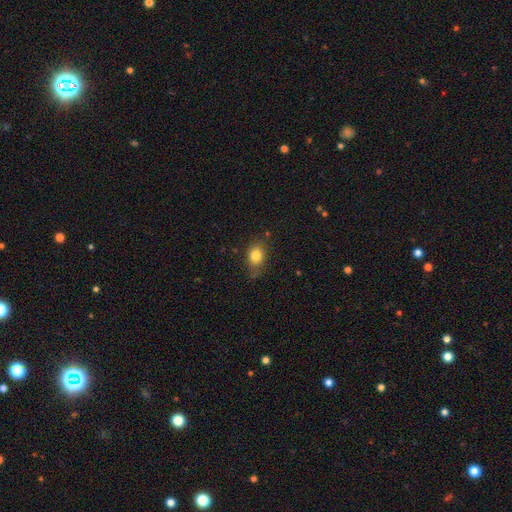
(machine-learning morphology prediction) Smooth or featured? Predicted: smooth (p=0.82). How rounded? Predicted: in between (p=0.60). Merging? Predicted: none (p=0.73).